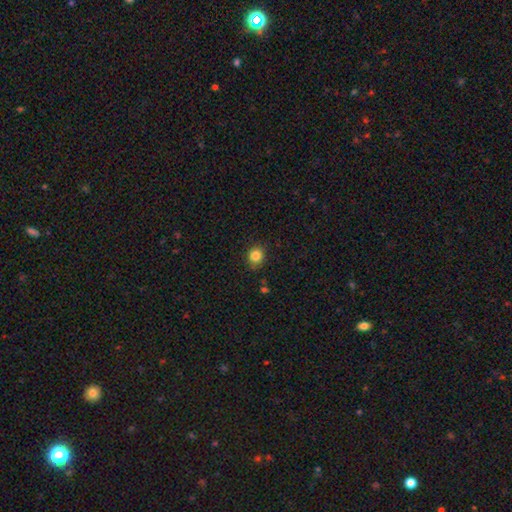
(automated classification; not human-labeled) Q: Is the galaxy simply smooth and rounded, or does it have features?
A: smooth — 84%.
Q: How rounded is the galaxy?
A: round — 84%.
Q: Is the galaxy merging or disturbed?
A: none — 87%.